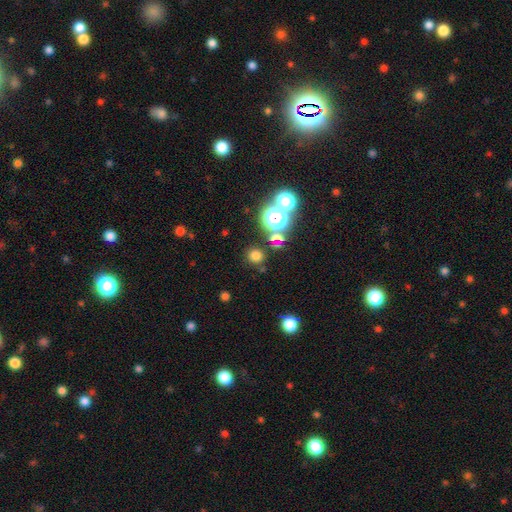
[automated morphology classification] The model was most divided on "smooth or featured": smooth: 68%, star or artifact: 27%, featured or disk: 6%. More confident: how rounded — round (91%); merging — none (84%).